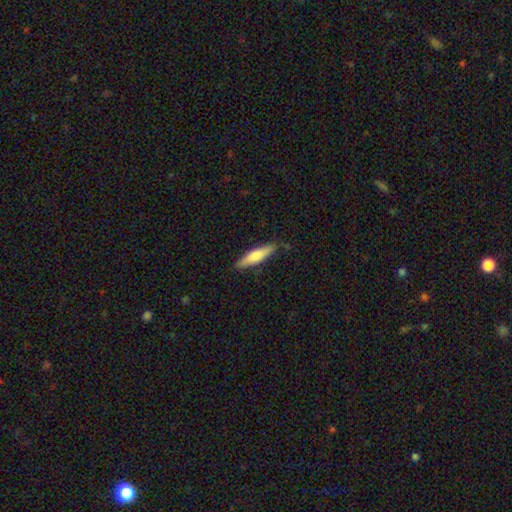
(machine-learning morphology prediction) smooth-or-featured: smooth: 68% | featured or disk: 27% | star or artifact: 5%
  how-rounded: cigar-shaped: 78% | in between: 20% | round: 1%
  merging: none: 83% | minor disturbance: 14% | major disturbance: 2% | merger: 1%